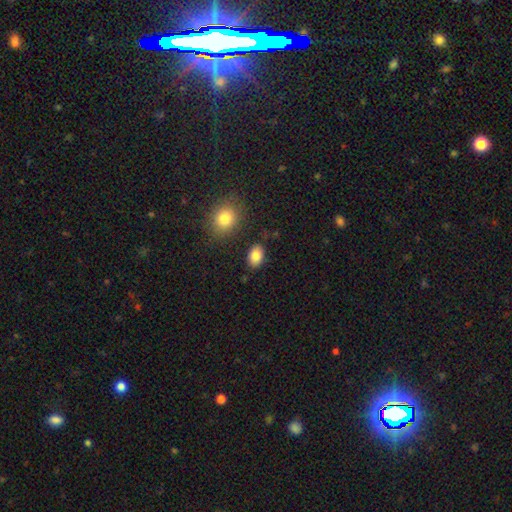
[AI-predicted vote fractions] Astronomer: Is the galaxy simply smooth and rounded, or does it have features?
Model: smooth — 84%.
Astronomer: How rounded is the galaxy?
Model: in between — 83%.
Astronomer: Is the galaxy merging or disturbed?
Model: none — 84%.